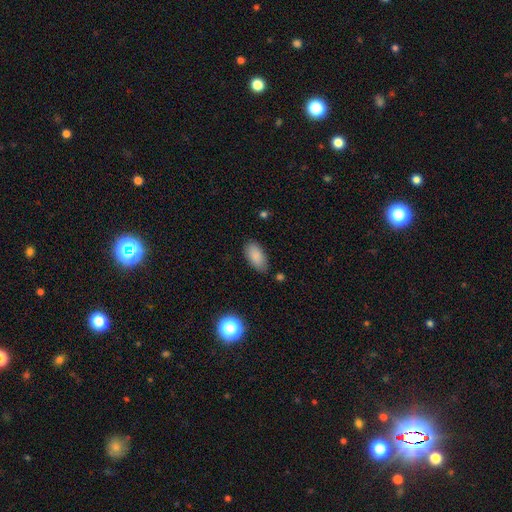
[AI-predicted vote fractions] Q: Smooth or featured?
A: smooth (87%); runner-up: star or artifact (8%)
Q: How rounded?
A: in between (93%); runner-up: cigar-shaped (5%)
Q: Merging?
A: none (80%); runner-up: minor disturbance (15%)